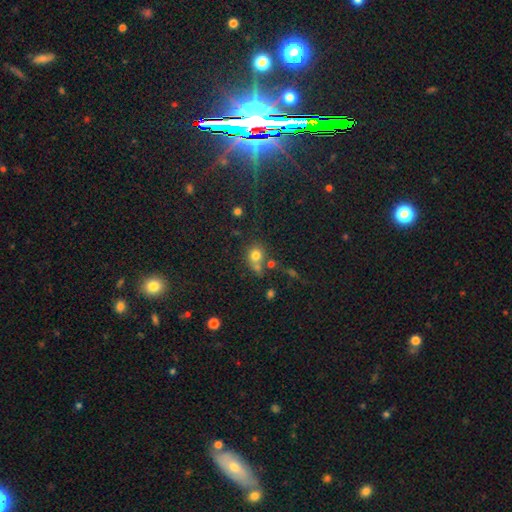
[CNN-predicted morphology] Overall: smooth (74%). How rounded: round (77%). Merging: none (46%; merger 35%).